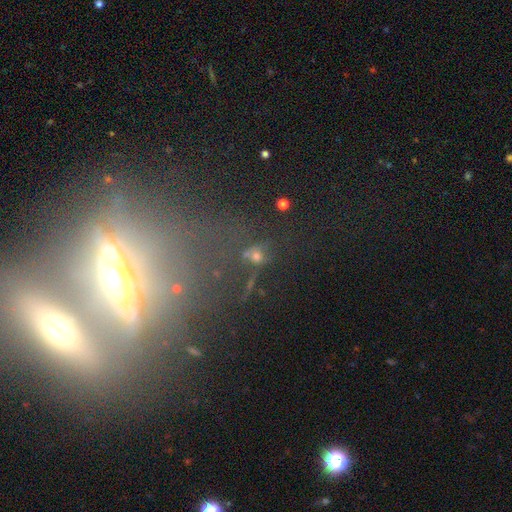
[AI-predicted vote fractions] Overall: smooth (43%; star or artifact 37%). Merging: none (53%; minor disturbance 16%).